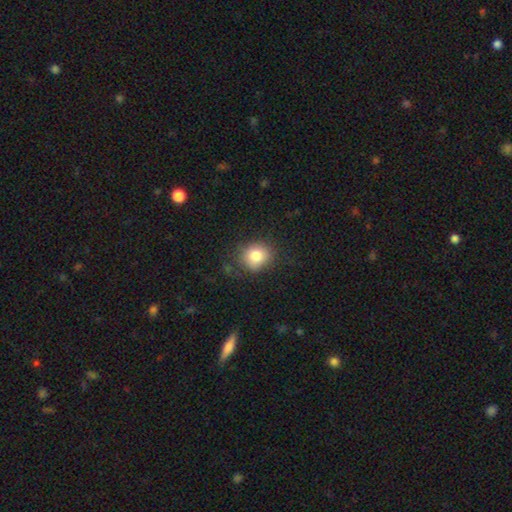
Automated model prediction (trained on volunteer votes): smooth-or-featured: smooth: 81% | star or artifact: 10% | featured or disk: 9%
  how-rounded: round: 78% | in between: 21% | cigar-shaped: 1%
  merging: none: 80% | minor disturbance: 14% | major disturbance: 5% | merger: 1%